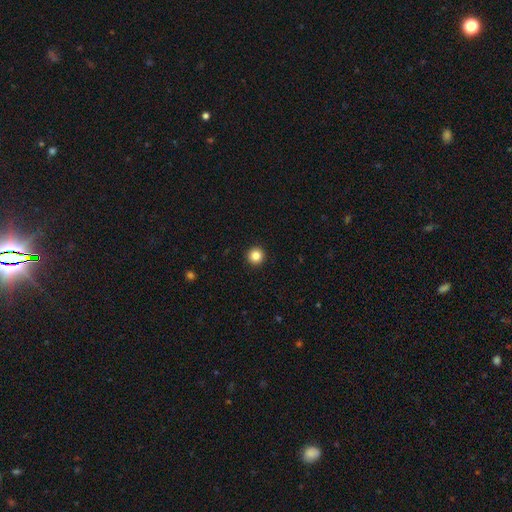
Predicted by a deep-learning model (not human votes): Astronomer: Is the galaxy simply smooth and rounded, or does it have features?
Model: smooth — 85%.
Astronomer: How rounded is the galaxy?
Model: round — 96%.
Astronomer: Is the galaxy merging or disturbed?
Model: none — 94%.